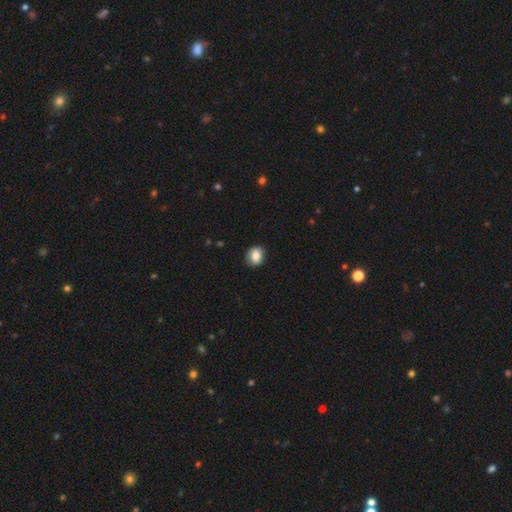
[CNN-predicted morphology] A smooth galaxy with no disk features (80%) that is round (55%).

Vote fractions:
- Smooth or featured? smooth: 80% / featured or disk: 11% / star or artifact: 8%
- How rounded? round: 55% / in between: 44% / cigar-shaped: 1%
- Merging? none: 86% / minor disturbance: 11% / major disturbance: 3% / merger: 1%